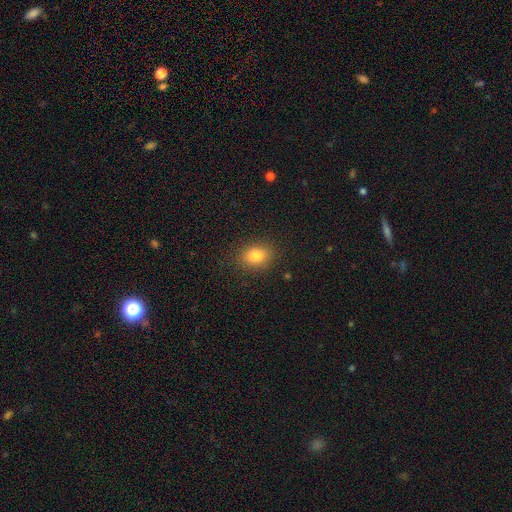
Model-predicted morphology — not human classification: The model was most divided on "how rounded": in between: 66%, round: 32%, cigar-shaped: 1%. More confident: merging — none (87%); smooth or featured — smooth (82%).